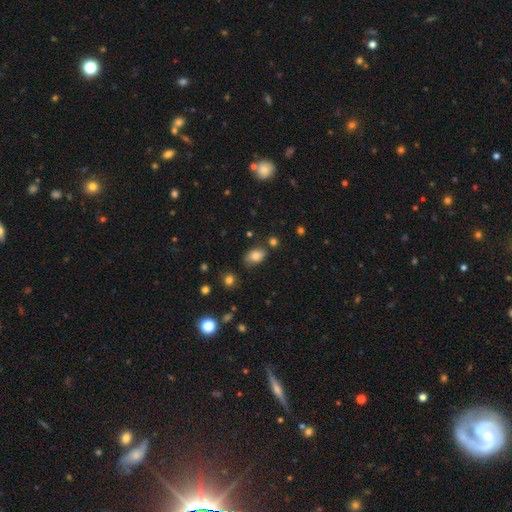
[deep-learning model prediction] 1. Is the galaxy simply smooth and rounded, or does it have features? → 79% smooth, 11% star or artifact, 10% featured or disk.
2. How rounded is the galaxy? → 87% in between, 11% round, 2% cigar-shaped.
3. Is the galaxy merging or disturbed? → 71% none, 20% minor disturbance, 5% merger, 4% major disturbance.